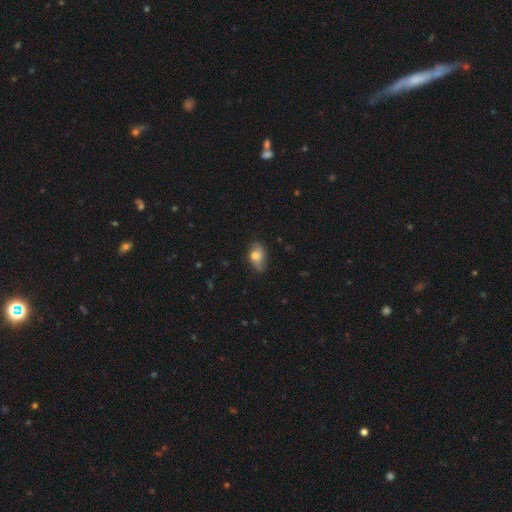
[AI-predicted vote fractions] Smooth or featured?
  - smooth: 61% *
  - featured or disk: 30%
  - star or artifact: 8%
How rounded?
  - in between: 84% *
  - round: 12%
  - cigar-shaped: 4%
Merging?
  - none: 63% *
  - minor disturbance: 29%
  - major disturbance: 6%
  - merger: 2%